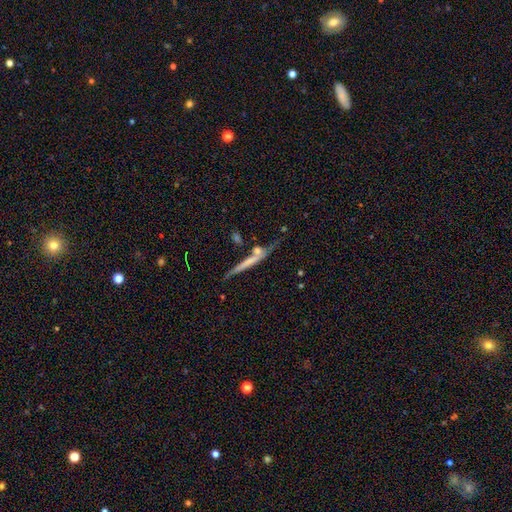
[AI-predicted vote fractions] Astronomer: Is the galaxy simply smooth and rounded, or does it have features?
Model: featured or disk — 53% (runner-up: smooth, 39%).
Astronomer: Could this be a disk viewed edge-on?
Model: yes — 90%.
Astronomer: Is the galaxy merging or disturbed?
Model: none — 62%.